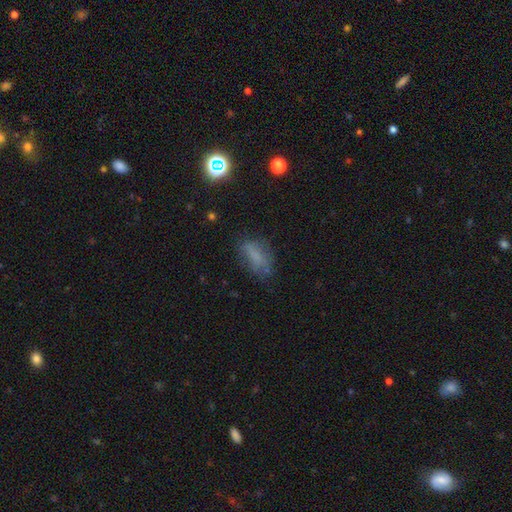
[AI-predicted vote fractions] smooth 63%, featured or disk 21%, star or artifact 16%. Down the decision tree: how rounded — in between (81%); merging — none (59%).